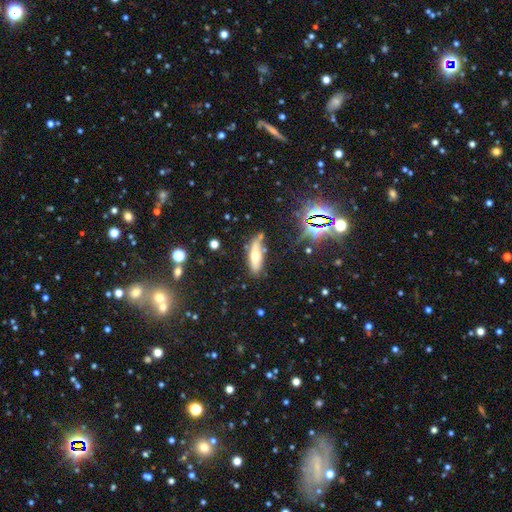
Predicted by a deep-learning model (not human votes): Smooth or featured? Predicted: smooth (p=0.53). How rounded? Predicted: cigar-shaped (p=0.51). Merging? Predicted: none (p=0.69).